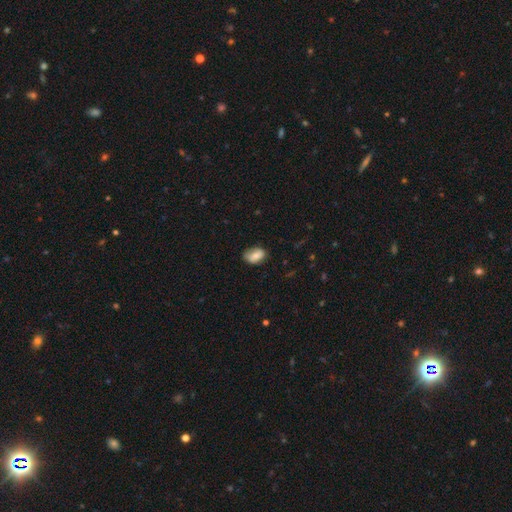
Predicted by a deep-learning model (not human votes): Smooth or featured? smooth (73%)
How rounded? in between (84%)
Merging? none (67%)